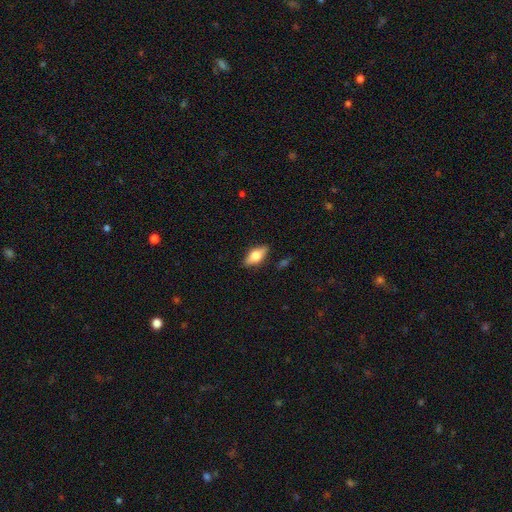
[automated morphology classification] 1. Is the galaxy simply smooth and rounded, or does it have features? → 57% smooth, 36% featured or disk, 7% star or artifact.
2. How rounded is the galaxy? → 81% in between, 14% cigar-shaped, 5% round.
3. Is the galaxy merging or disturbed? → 84% none, 12% minor disturbance, 3% major disturbance, 1% merger.